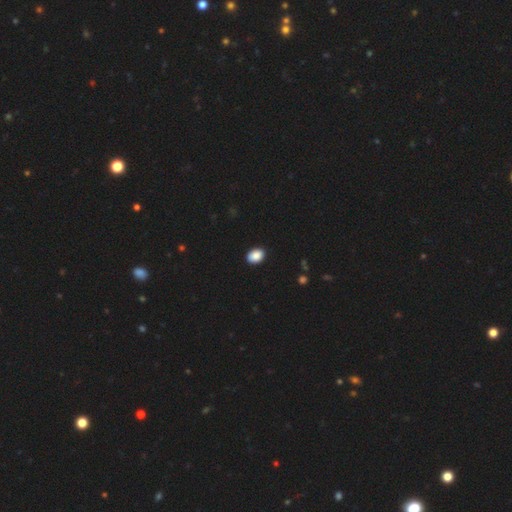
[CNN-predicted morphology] Smooth or featured? Predicted: smooth (p=0.89). How rounded? Predicted: in between (p=0.77). Merging? Predicted: none (p=0.90).